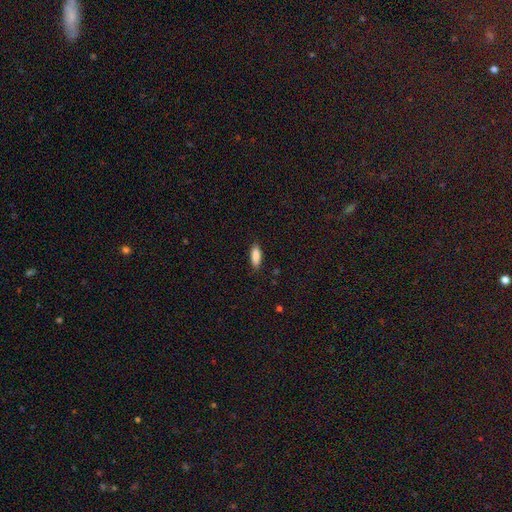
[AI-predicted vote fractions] This is clearly a smooth galaxy (88%). How rounded: likely in between (68%). Merging: clearly none (85%).